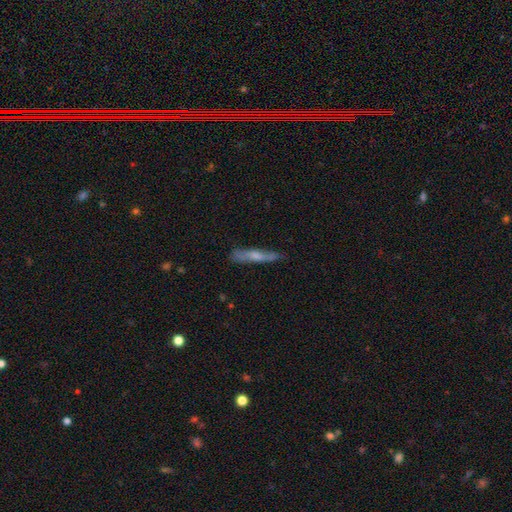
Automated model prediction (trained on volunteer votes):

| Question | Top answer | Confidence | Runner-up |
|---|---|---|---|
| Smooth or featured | smooth | 49% | featured or disk (44%) |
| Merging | none | 75% | minor disturbance (19%) |